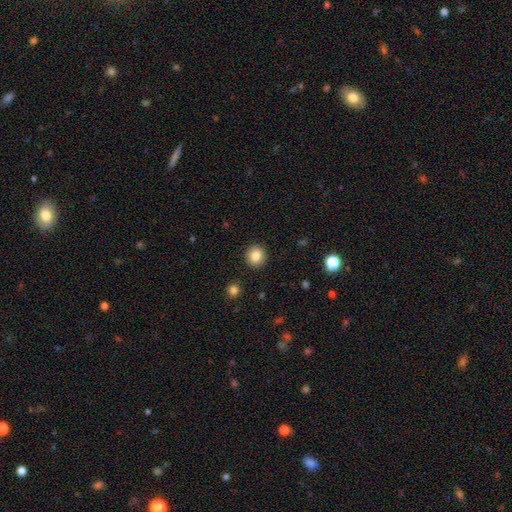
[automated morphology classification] Smooth or featured?
  - smooth: 84% *
  - star or artifact: 9%
  - featured or disk: 7%
How rounded?
  - round: 90% *
  - in between: 10%
  - cigar-shaped: 1%
Merging?
  - none: 92% *
  - minor disturbance: 5%
  - major disturbance: 2%
  - merger: 1%